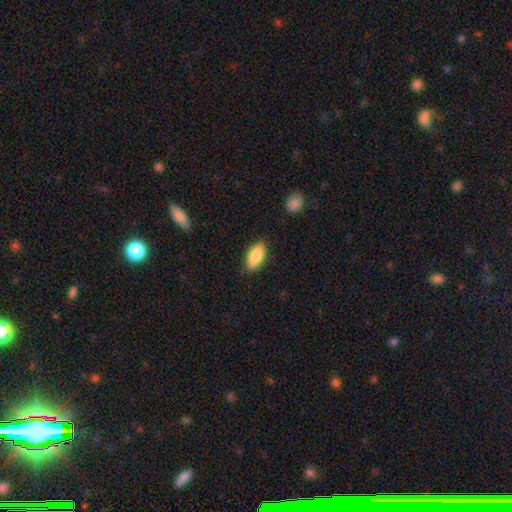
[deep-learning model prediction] A smooth galaxy with no disk features (86%) that is in between round and cigar-shaped (91%). Merging: none (86%).